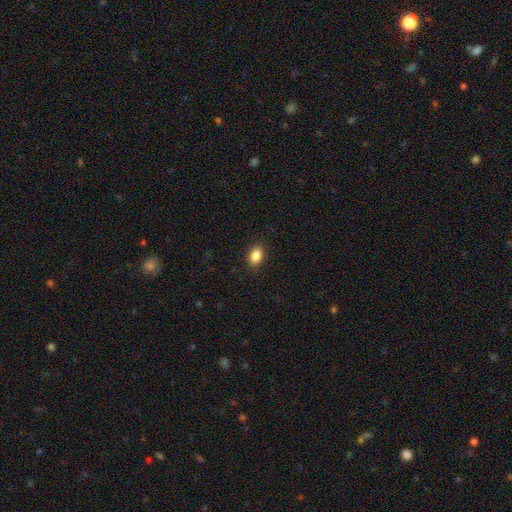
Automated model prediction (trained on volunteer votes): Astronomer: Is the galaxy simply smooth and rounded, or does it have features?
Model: smooth — 87%.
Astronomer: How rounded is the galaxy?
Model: in between — 84%.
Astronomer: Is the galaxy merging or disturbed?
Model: none — 90%.